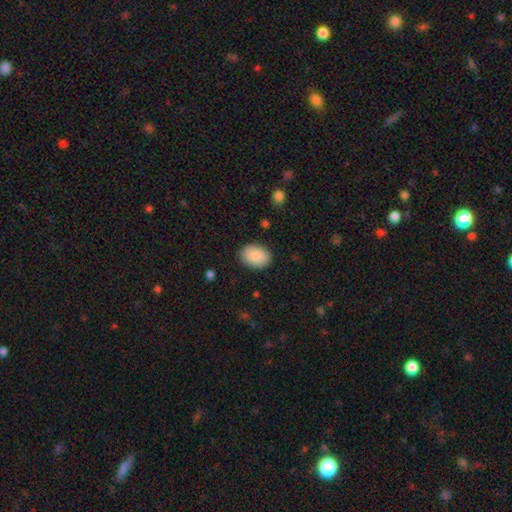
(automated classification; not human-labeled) The model was most divided on "how rounded": in between: 79%, round: 20%, cigar-shaped: 1%. More confident: smooth or featured — smooth (89%); merging — none (87%).